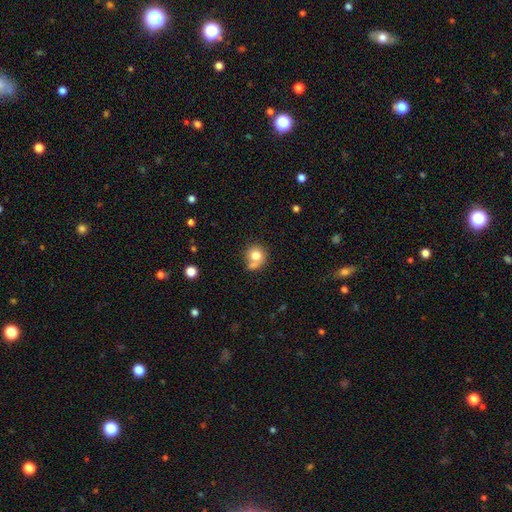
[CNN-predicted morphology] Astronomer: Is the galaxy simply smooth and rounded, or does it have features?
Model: smooth — 77%.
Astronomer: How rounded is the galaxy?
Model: round — 86%.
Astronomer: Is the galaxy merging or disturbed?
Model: none — 50% (runner-up: merger, 26%).